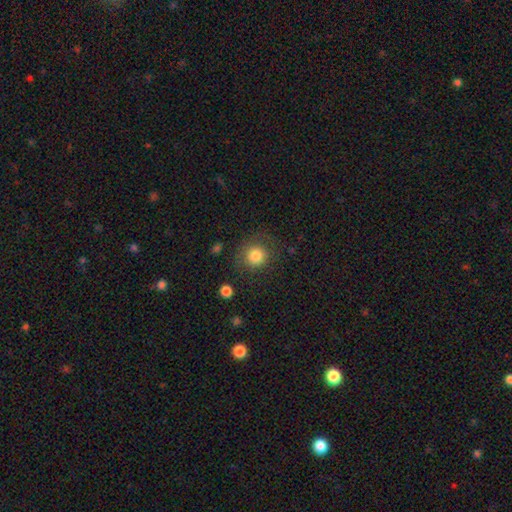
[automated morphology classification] smooth-or-featured: smooth: 82% | star or artifact: 10% | featured or disk: 8%
  how-rounded: round: 89% | in between: 10% | cigar-shaped: 1%
  merging: none: 77% | minor disturbance: 14% | major disturbance: 7% | merger: 2%